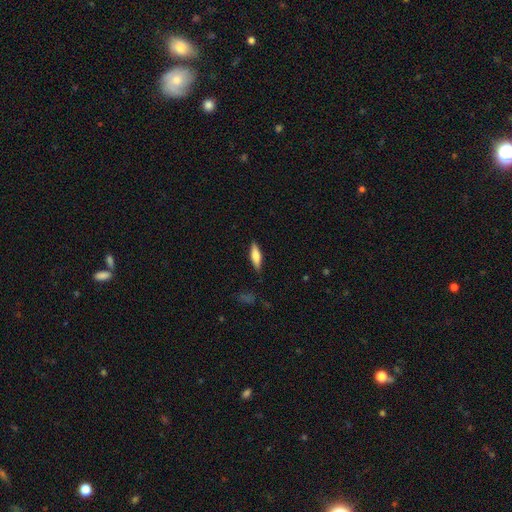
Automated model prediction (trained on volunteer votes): Smooth or featured?
  - smooth: 68% *
  - featured or disk: 25%
  - star or artifact: 6%
How rounded?
  - cigar-shaped: 52% *
  - in between: 46%
  - round: 2%
Merging?
  - none: 82% *
  - minor disturbance: 14%
  - major disturbance: 3%
  - merger: 1%